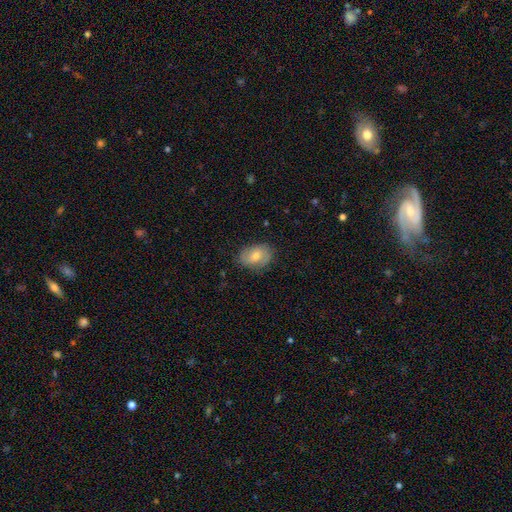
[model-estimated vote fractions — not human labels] Smooth or featured? smooth (52%)
How rounded? in between (81%)
Merging? none (79%)